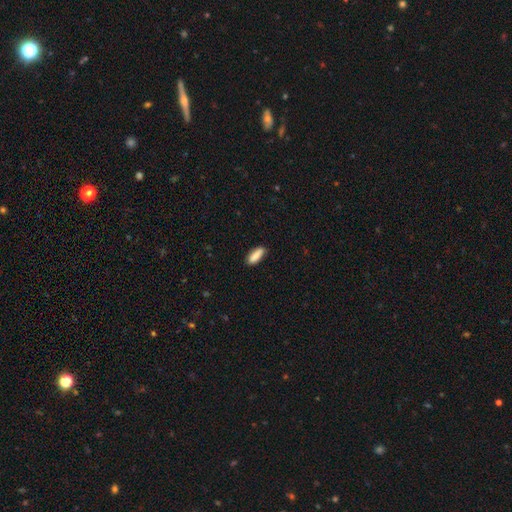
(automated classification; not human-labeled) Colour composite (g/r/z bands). It shows a smooth galaxy with no disk features (87%) that is in between round and cigar-shaped (65%). Merging: none (83%).